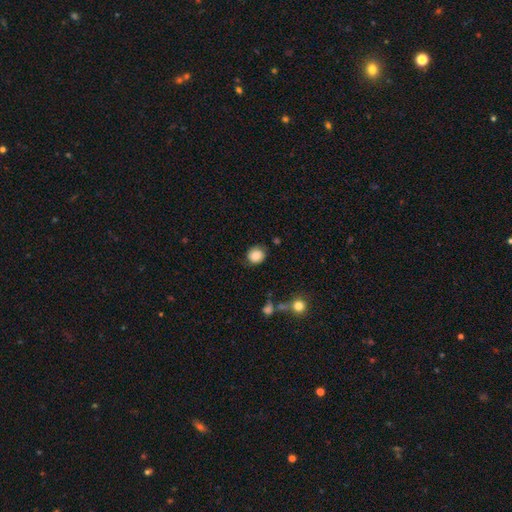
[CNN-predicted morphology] Smooth or featured: smooth — 87% (star or artifact — 8%)
How rounded: round — 80% (in between — 19%)
Merging: none — 76% (minor disturbance — 17%)